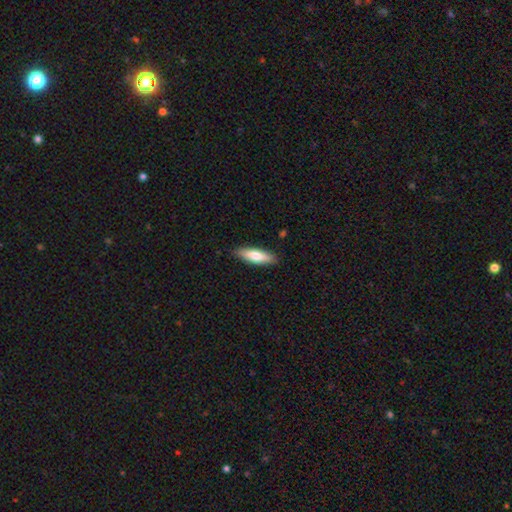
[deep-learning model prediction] Smooth or featured?
  - smooth: 73% *
  - featured or disk: 22%
  - star or artifact: 5%
How rounded?
  - cigar-shaped: 50% *
  - in between: 48%
  - round: 2%
Merging?
  - none: 87% *
  - minor disturbance: 10%
  - major disturbance: 2%
  - merger: 1%